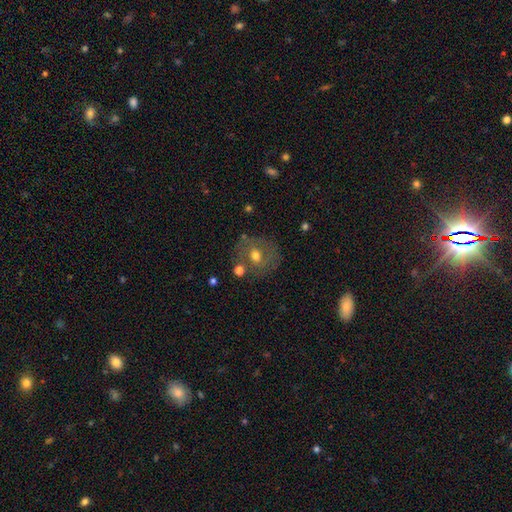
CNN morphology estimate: type=smooth (55%); roundness=round (77%); merging=none (70%).